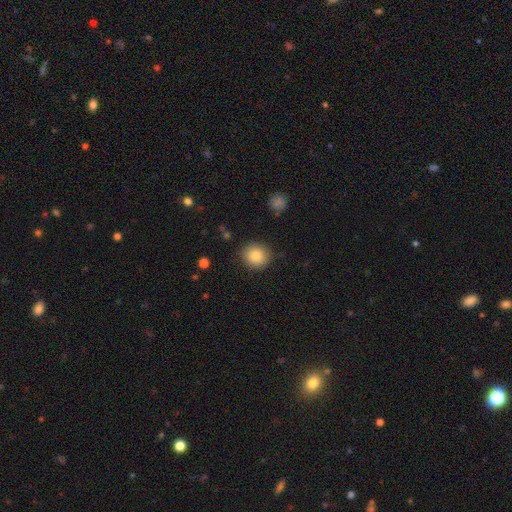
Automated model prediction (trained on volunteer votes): smooth 82%, star or artifact 10%, featured or disk 8%. Down the decision tree: how rounded — round (86%); merging — none (87%).